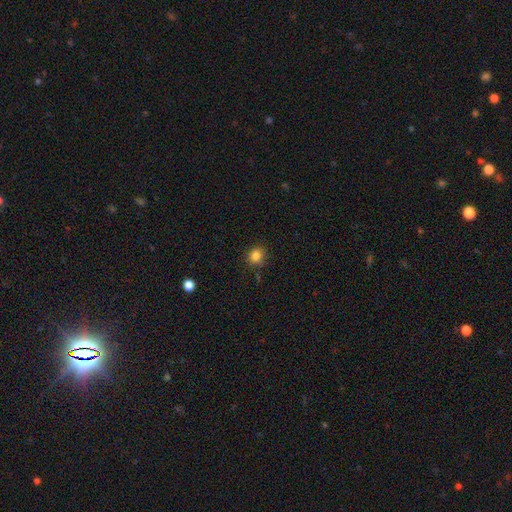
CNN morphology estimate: Smooth or featured: smooth — 83% (star or artifact — 12%)
How rounded: round — 80% (in between — 19%)
Merging: none — 84% (minor disturbance — 11%)